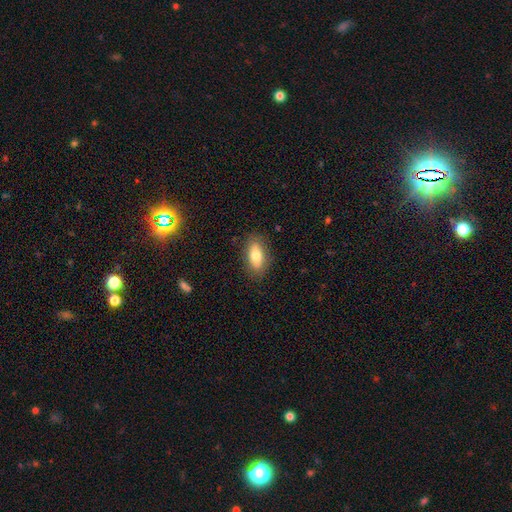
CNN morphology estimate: Smooth or featured: smooth — 75% (featured or disk — 18%)
How rounded: in between — 87% (cigar-shaped — 8%)
Merging: none — 85% (minor disturbance — 11%)